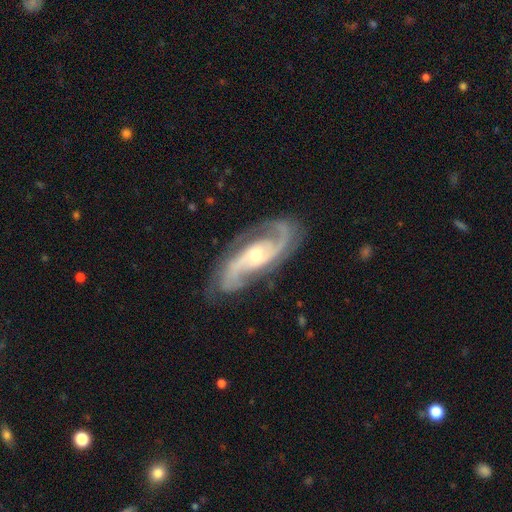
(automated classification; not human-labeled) Smooth or featured? Predicted: featured or disk (p=0.91). Edge-on disk? Predicted: no (p=0.95). Bar? Predicted: no (p=0.54). Spiral arms? Predicted: yes (p=0.98). Spiral winding? Predicted: medium (p=0.52). Spiral arm count? Predicted: 2 (p=0.82). Bulge size? Predicted: moderate (p=0.58). Merging? Predicted: none (p=0.76).